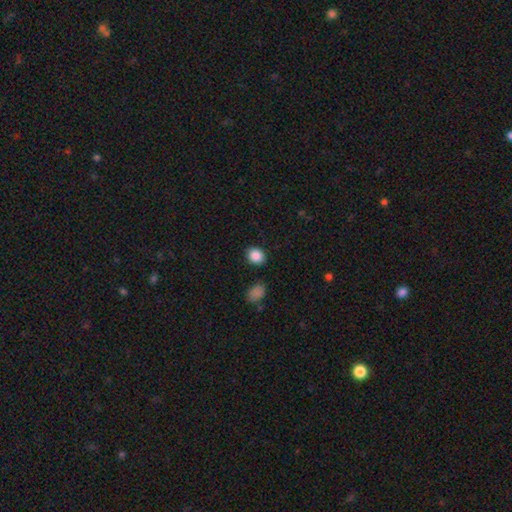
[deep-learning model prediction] Smooth or featured? smooth (88%)
How rounded? round (54%)
Merging? none (86%)